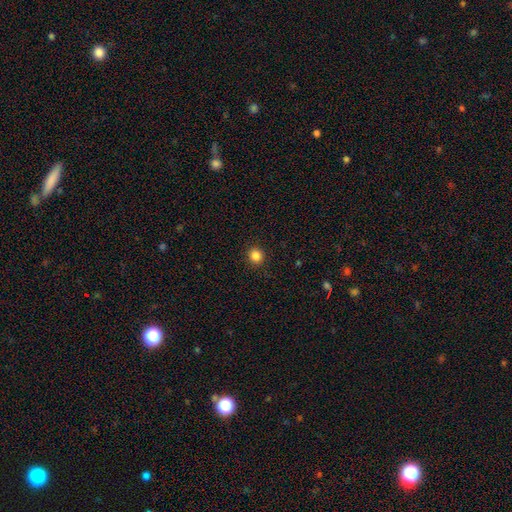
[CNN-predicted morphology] Smooth or featured? smooth (85%)
How rounded? round (90%)
Merging? none (92%)